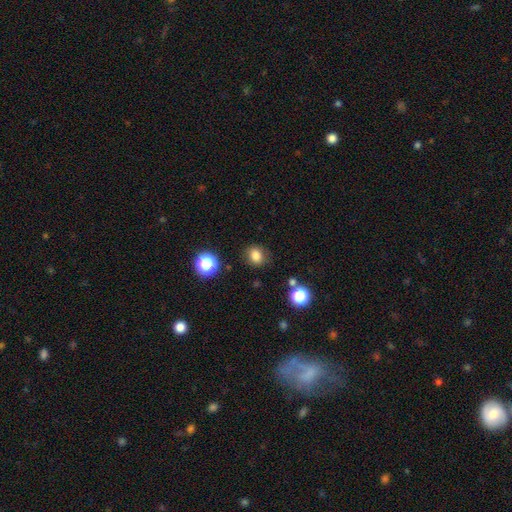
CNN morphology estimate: A smooth galaxy with no disk features (81%) that is round (67%).

Vote fractions:
- Smooth or featured? smooth: 81% / star or artifact: 13% / featured or disk: 6%
- How rounded? round: 67% / in between: 33% / cigar-shaped: 1%
- Merging? none: 83% / minor disturbance: 11% / major disturbance: 3% / merger: 2%